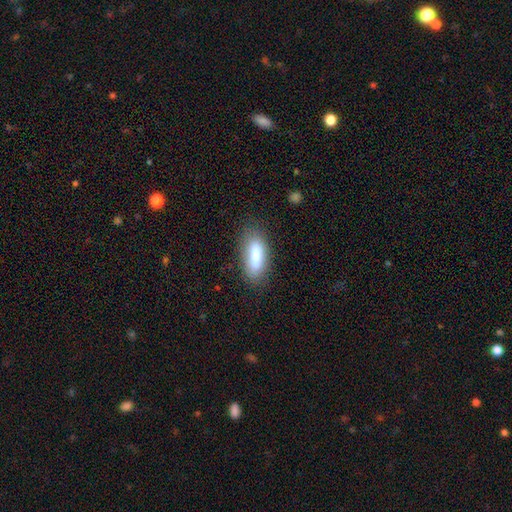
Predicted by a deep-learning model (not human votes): This appears to be a smooth galaxy with no disk features (76%) that is in between round and cigar-shaped (63%). Merging: none (80%).